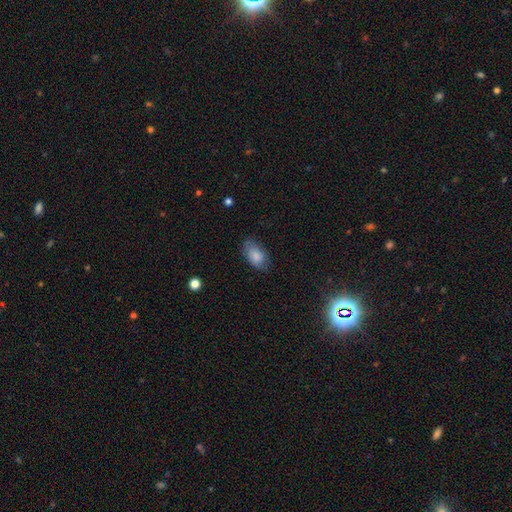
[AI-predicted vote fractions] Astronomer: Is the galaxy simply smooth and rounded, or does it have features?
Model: smooth — 82%.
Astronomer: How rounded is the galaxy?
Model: in between — 92%.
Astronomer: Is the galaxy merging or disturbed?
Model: none — 71%.